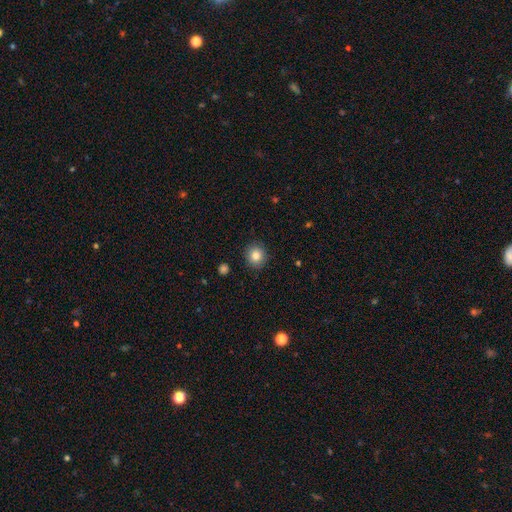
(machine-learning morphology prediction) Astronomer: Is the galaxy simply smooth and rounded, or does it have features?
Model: smooth — 83%.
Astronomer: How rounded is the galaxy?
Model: round — 89%.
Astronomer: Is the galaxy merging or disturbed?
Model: none — 90%.